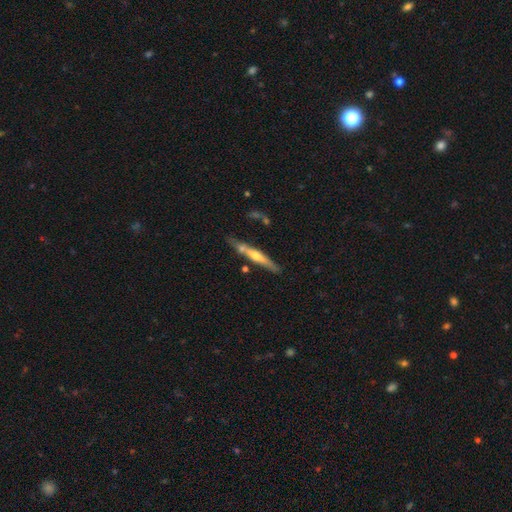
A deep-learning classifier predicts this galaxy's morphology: This appears to be a featured or disk galaxy (60%) viewed edge-on (92%) with a rounded central bulge (76%). Merging: none (68%).